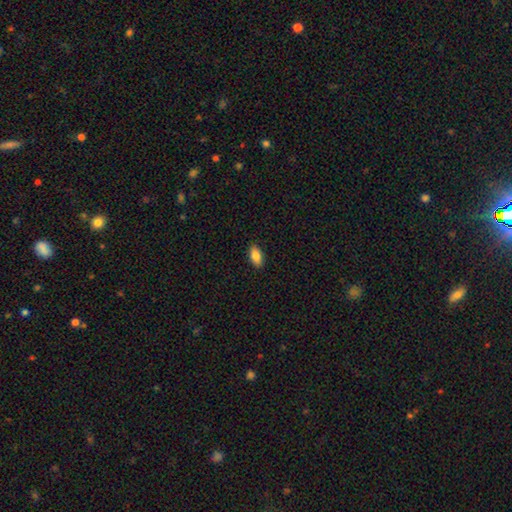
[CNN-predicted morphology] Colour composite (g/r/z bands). It shows a smooth galaxy with no disk features (86%) that is in between round and cigar-shaped (91%). Merging: none (89%).